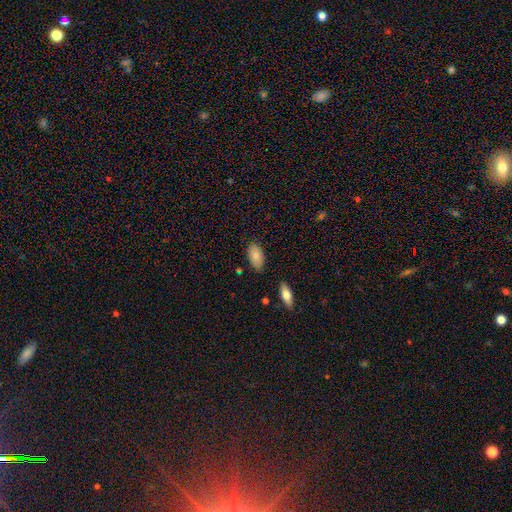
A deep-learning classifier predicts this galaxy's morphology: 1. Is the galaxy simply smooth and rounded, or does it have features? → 84% smooth, 9% featured or disk, 7% star or artifact.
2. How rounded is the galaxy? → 93% in between, 4% cigar-shaped, 3% round.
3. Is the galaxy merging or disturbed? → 79% none, 16% minor disturbance, 3% major disturbance, 3% merger.